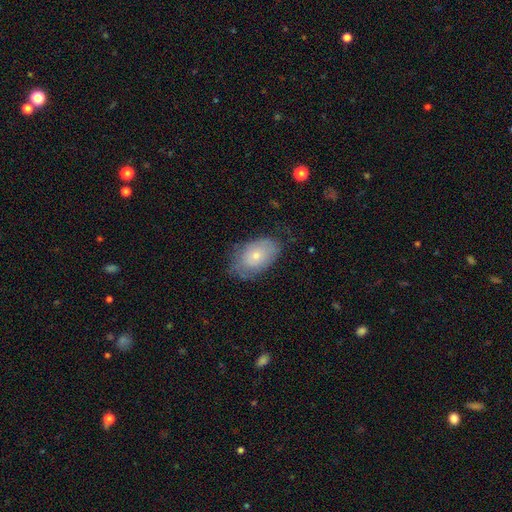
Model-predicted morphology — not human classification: A smooth galaxy with no disk features (59%) that is in between round and cigar-shaped (89%).

Vote fractions:
- Smooth or featured? smooth: 59% / featured or disk: 33% / star or artifact: 8%
- How rounded? in between: 89% / round: 10% / cigar-shaped: 1%
- Merging? none: 62% / minor disturbance: 27% / major disturbance: 10% / merger: 1%